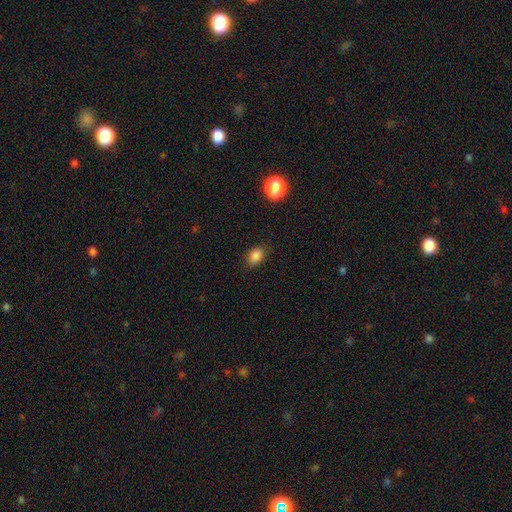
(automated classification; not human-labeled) Smooth or featured?
  - smooth: 85% *
  - star or artifact: 11%
  - featured or disk: 4%
How rounded?
  - in between: 73% *
  - round: 26%
  - cigar-shaped: 1%
Merging?
  - none: 82% *
  - minor disturbance: 14%
  - major disturbance: 3%
  - merger: 1%